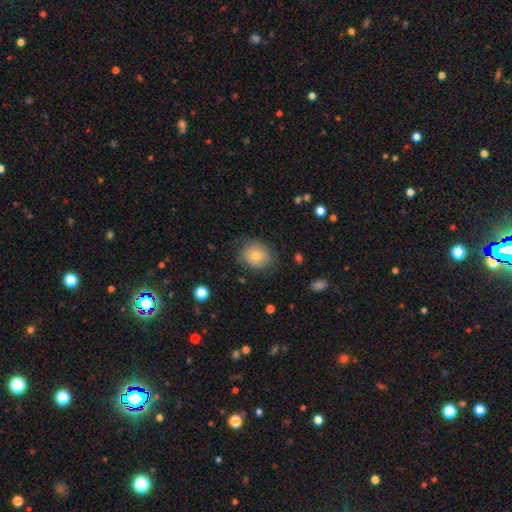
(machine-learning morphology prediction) smooth-or-featured: smooth: 66% | featured or disk: 23% | star or artifact: 10%
  how-rounded: round: 68% | in between: 31% | cigar-shaped: 1%
  merging: none: 70% | minor disturbance: 21% | major disturbance: 8% | merger: 1%